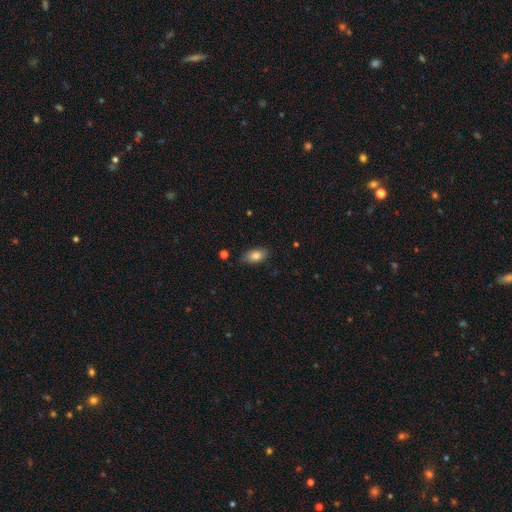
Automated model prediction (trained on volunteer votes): Q: Smooth or featured?
A: smooth (82%); runner-up: featured or disk (10%)
Q: How rounded?
A: in between (90%); runner-up: round (6%)
Q: Merging?
A: none (79%); runner-up: minor disturbance (16%)